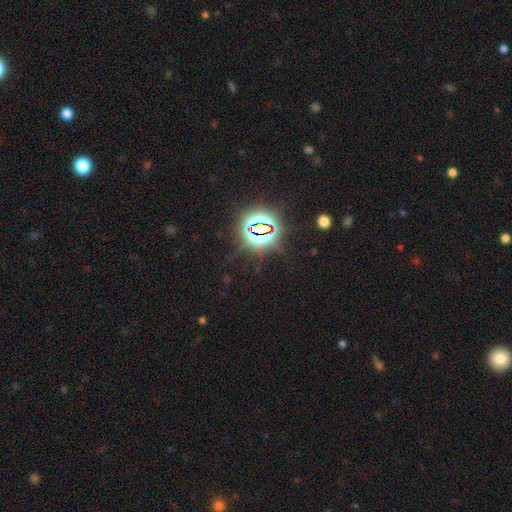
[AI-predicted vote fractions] The model was most divided on "smooth or featured": star or artifact: 81%, smooth: 12%, featured or disk: 7%.